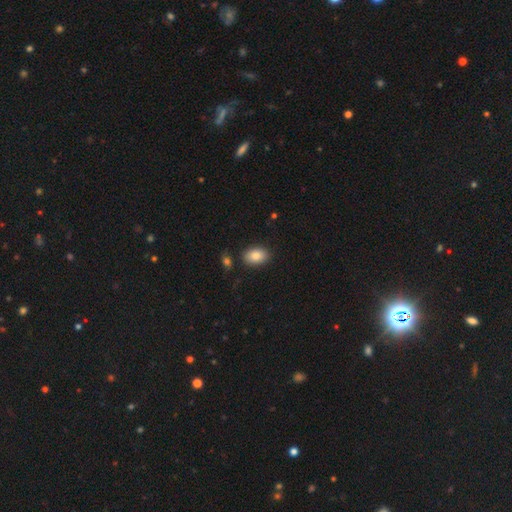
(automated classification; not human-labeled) The model was most divided on "how rounded": in between: 84%, round: 15%, cigar-shaped: 1%. More confident: merging — none (86%); smooth or featured — smooth (85%).